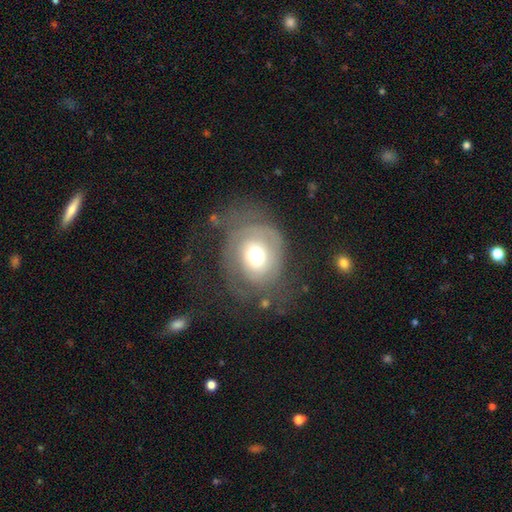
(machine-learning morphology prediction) smooth-or-featured: featured or disk: 48% | smooth: 42% | star or artifact: 10%
  merging: none: 47% | major disturbance: 30% | minor disturbance: 21% | merger: 2%